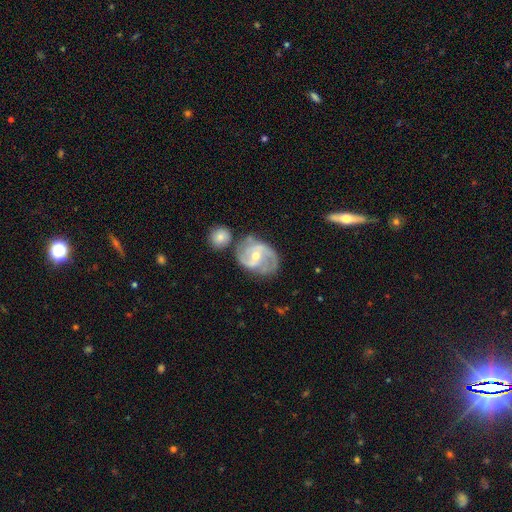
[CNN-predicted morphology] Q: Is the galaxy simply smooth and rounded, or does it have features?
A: featured or disk — 87%.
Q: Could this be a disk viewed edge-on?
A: no — 97%.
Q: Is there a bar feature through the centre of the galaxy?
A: weak — 44%.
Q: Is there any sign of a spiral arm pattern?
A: yes — 95%.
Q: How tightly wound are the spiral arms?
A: medium — 50%.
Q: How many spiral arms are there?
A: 2 — 66%.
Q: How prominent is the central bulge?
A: moderate — 51%.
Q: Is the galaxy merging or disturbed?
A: none — 61%.